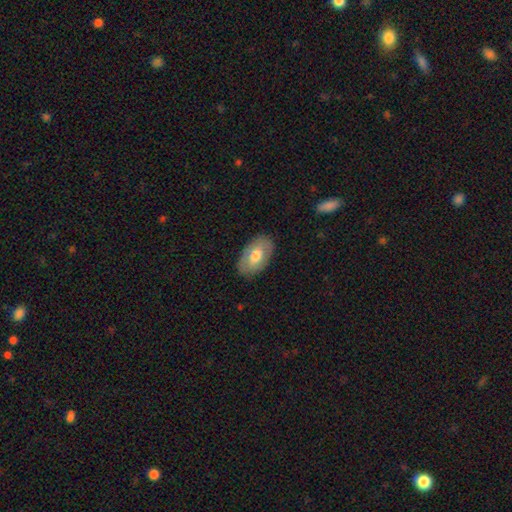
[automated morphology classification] A smooth galaxy with no disk features (60%) that is in between round and cigar-shaped (93%). Merging: none (84%).